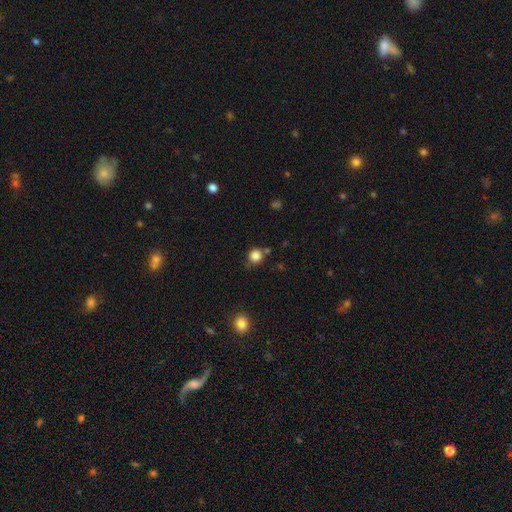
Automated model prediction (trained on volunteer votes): Morphology: type=smooth (84%); roundness=round (88%); merging=none (76%).